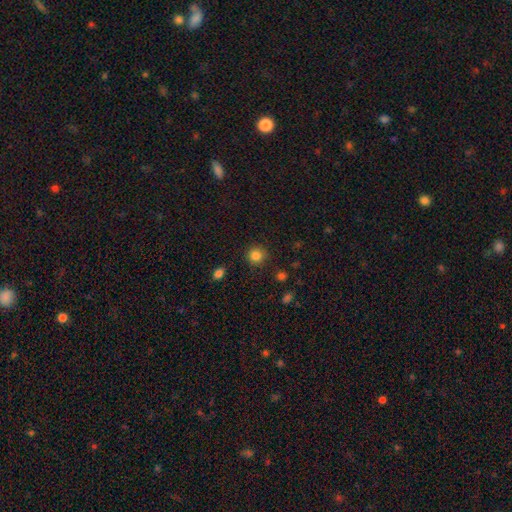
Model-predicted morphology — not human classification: smooth 85%, star or artifact 12%, featured or disk 4%. Down the decision tree: how rounded — round (92%); merging — none (86%).